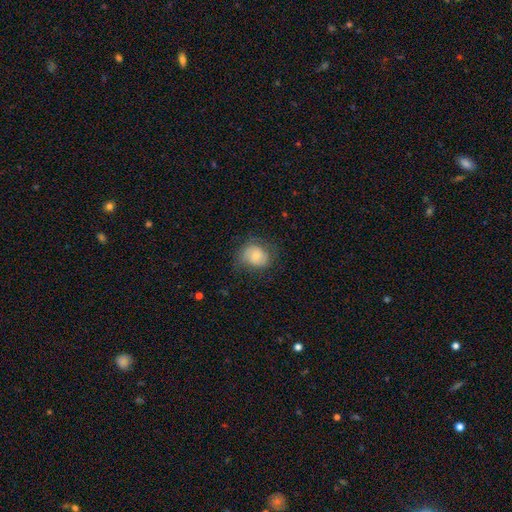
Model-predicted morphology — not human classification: This appears to be a smooth galaxy with no disk features (68%) that is round (58%). Merging: none (60%).